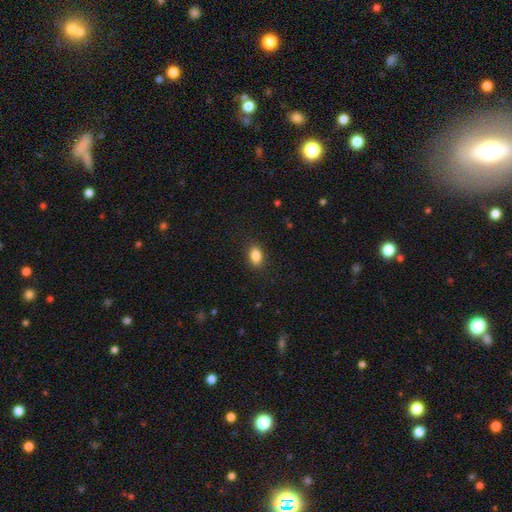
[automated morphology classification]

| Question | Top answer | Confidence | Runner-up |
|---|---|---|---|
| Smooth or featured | smooth | 86% | star or artifact (9%) |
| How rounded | in between | 79% | round (20%) |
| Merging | none | 87% | minor disturbance (9%) |